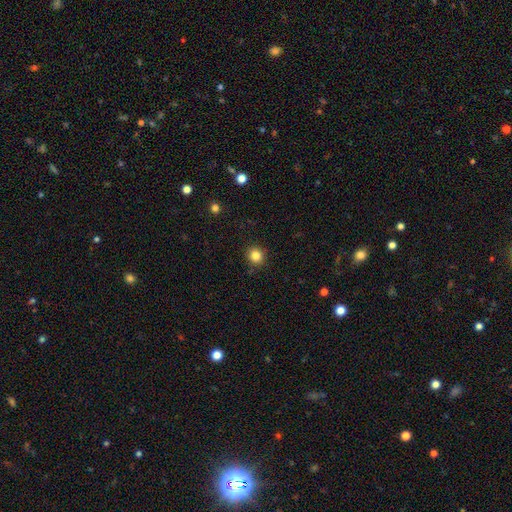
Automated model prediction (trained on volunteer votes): Smooth or featured: smooth — 84% (star or artifact — 12%)
How rounded: round — 92% (in between — 7%)
Merging: none — 90% (minor disturbance — 7%)